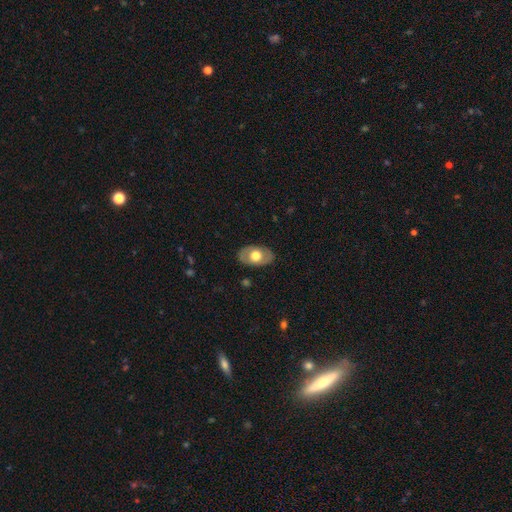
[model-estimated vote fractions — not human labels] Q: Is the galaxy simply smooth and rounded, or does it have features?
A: smooth — 52%.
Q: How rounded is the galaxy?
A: in between — 87%.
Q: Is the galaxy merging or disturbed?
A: none — 84%.